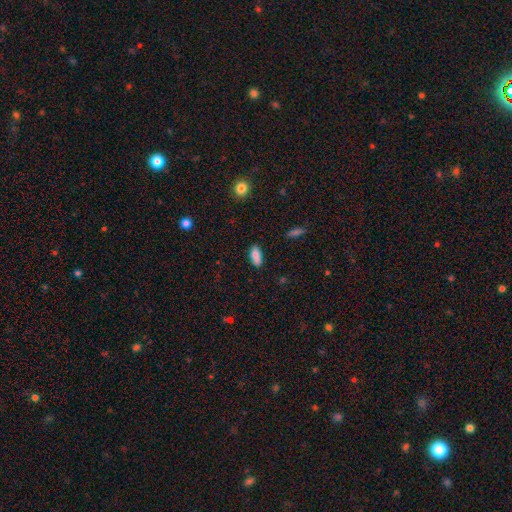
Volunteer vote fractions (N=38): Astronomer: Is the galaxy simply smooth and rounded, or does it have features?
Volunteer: smooth — 79%.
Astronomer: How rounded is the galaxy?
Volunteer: in between — 67%.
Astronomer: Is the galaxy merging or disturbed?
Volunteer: none — 66%.